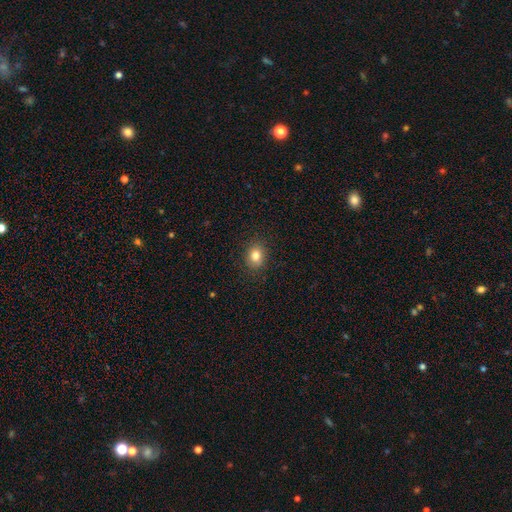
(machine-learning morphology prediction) A smooth galaxy with no disk features (81%) that is round (54%).

Vote fractions:
- Smooth or featured? smooth: 81% / star or artifact: 11% / featured or disk: 8%
- How rounded? round: 54% / in between: 45% / cigar-shaped: 1%
- Merging? none: 88% / minor disturbance: 8% / major disturbance: 2% / merger: 1%